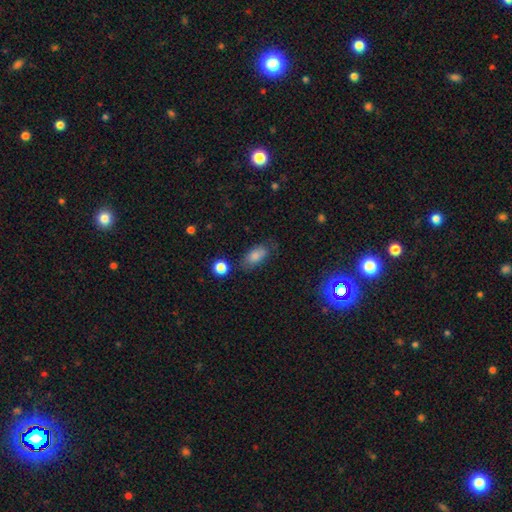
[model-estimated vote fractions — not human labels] Smooth or featured? smooth (82%)
How rounded? in between (88%)
Merging? none (67%)